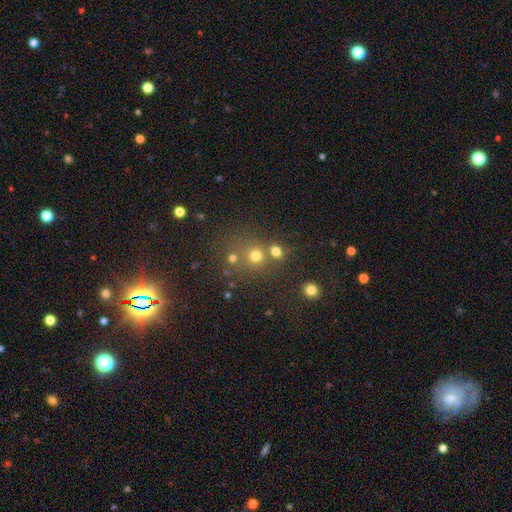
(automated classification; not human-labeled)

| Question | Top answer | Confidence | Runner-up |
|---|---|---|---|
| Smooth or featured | smooth | 68% | star or artifact (23%) |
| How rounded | round | 86% | in between (13%) |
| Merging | none | 60% | merger (26%) |